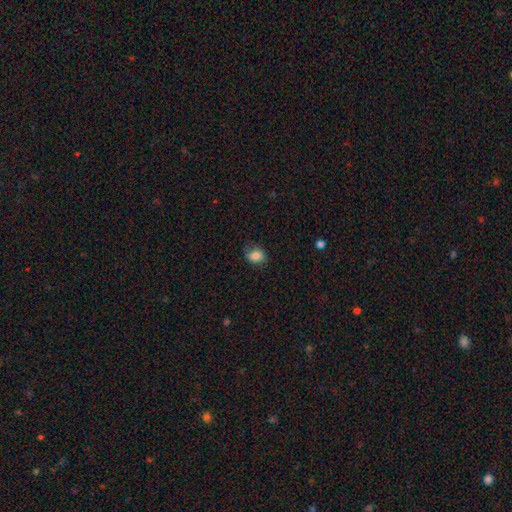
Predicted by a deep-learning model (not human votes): Smooth or featured? Predicted: smooth (p=0.82). How rounded? Predicted: in between (p=0.53). Merging? Predicted: none (p=0.71).